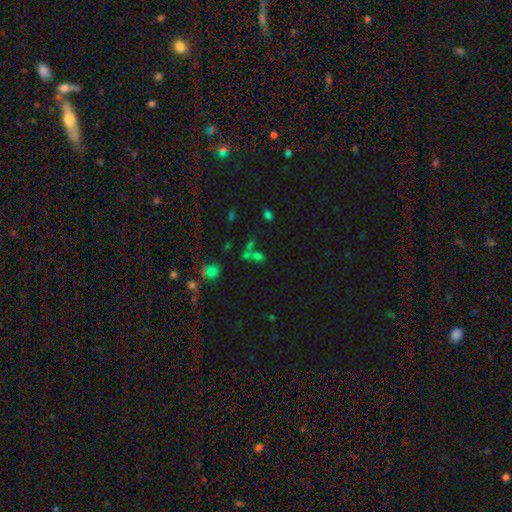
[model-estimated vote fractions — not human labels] A star or artifact, not a galaxy (49%).

Vote fractions:
- Smooth or featured? star or artifact: 49% / smooth: 39% / featured or disk: 12%